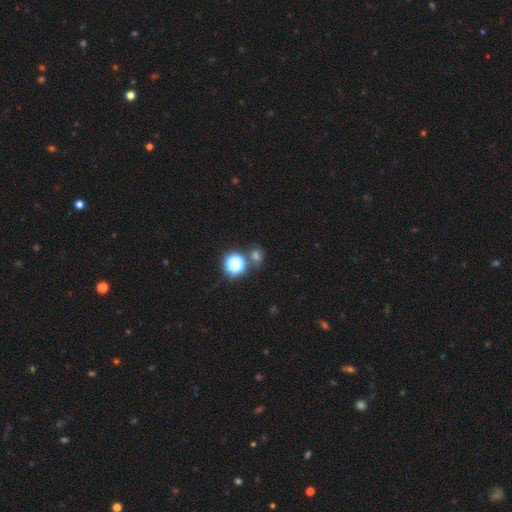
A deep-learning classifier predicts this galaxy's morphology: Smooth or featured?
  - smooth: 51% *
  - star or artifact: 42%
  - featured or disk: 8%
How rounded?
  - round: 77% *
  - in between: 22%
  - cigar-shaped: 1%
Merging?
  - none: 72% *
  - merger: 14%
  - minor disturbance: 9%
  - major disturbance: 4%